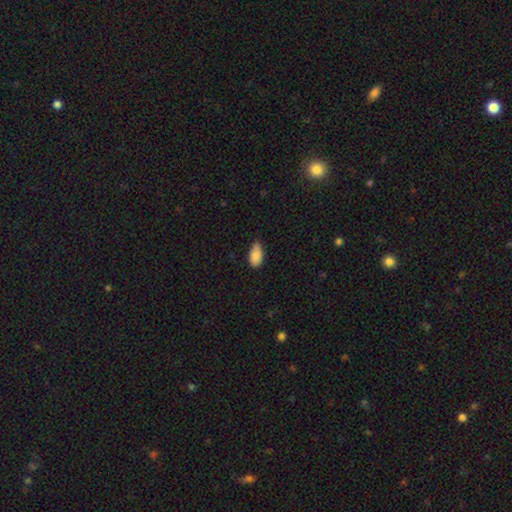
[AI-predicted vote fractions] A smooth galaxy with no disk features (88%) that is in between round and cigar-shaped (93%). Merging: none (61%).